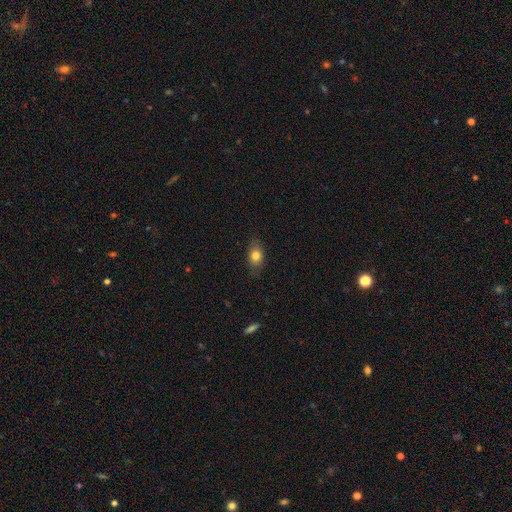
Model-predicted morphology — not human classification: smooth 78%, featured or disk 14%, star or artifact 9%. Down the decision tree: how rounded — in between (75%); merging — none (80%).